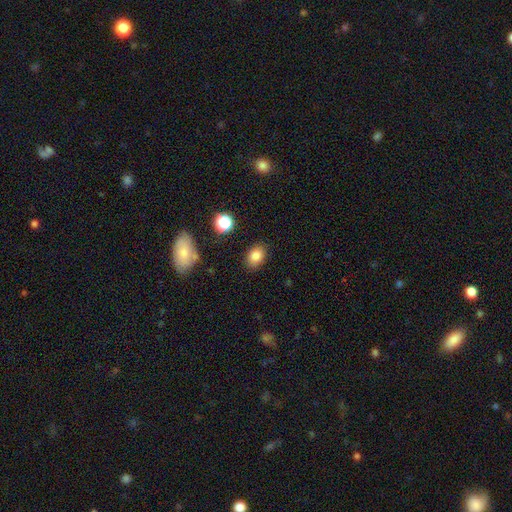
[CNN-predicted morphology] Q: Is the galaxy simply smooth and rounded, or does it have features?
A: smooth — 83%.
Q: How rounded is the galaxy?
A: in between — 75%.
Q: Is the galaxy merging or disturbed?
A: none — 85%.